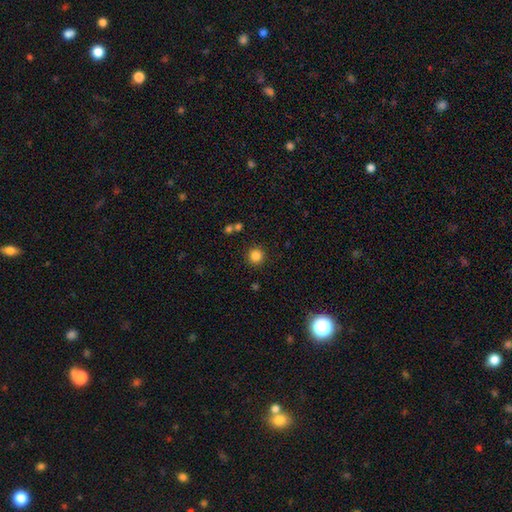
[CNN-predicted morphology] Q: Smooth or featured?
A: smooth (83%); runner-up: star or artifact (12%)
Q: How rounded?
A: round (94%); runner-up: in between (5%)
Q: Merging?
A: none (89%); runner-up: minor disturbance (6%)